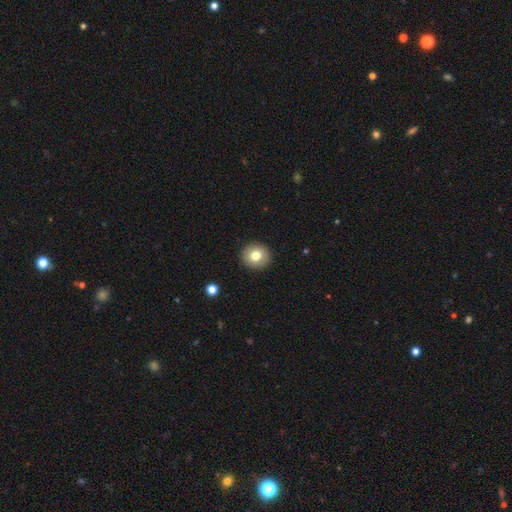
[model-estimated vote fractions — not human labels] The model was most divided on "smooth or featured": smooth: 79%, featured or disk: 12%, star or artifact: 9%. More confident: merging — none (92%); how rounded — round (88%).